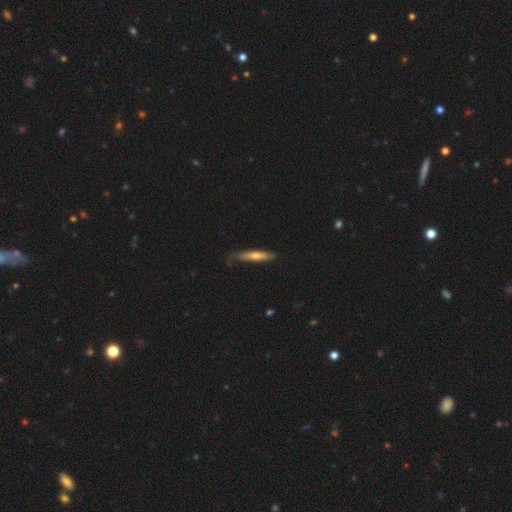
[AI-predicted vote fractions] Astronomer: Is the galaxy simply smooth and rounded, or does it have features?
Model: smooth — 53% (runner-up: featured or disk, 40%).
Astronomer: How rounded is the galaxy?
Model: cigar-shaped — 89%.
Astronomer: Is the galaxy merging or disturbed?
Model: none — 65%.